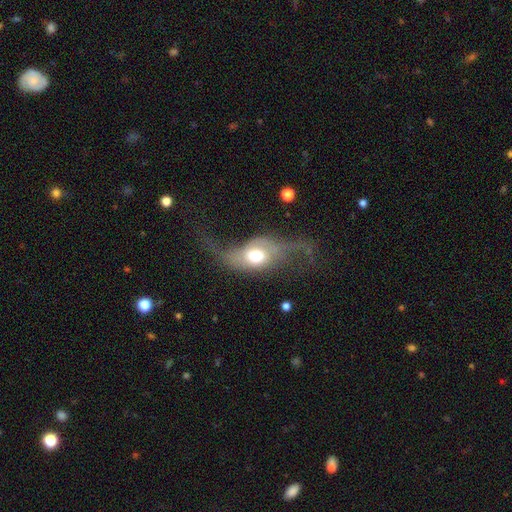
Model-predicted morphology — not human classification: The model was most divided on "smooth or featured": featured or disk: 58%, smooth: 35%, star or artifact: 7%. More confident: edge-on disk — no (77%); merging — major disturbance (51%).